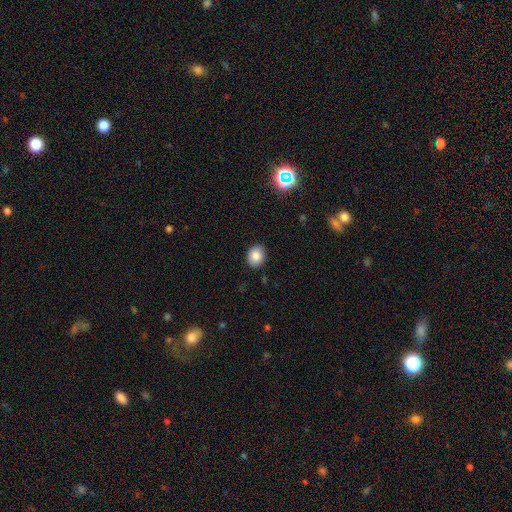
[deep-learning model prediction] Smooth or featured? Predicted: smooth (p=0.85). How rounded? Predicted: round (p=0.59). Merging? Predicted: none (p=0.88).